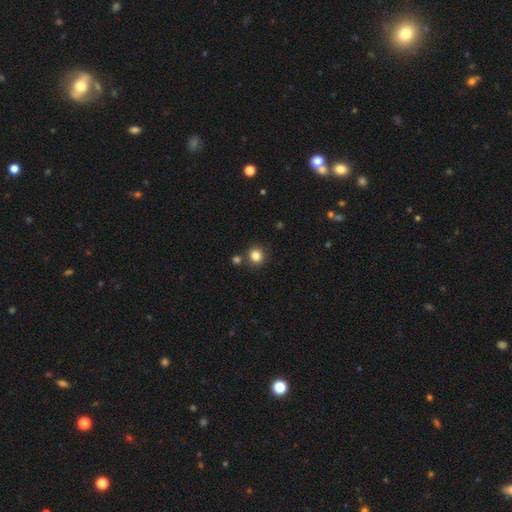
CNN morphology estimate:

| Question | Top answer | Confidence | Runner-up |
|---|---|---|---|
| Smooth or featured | smooth | 83% | star or artifact (11%) |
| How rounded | round | 88% | in between (11%) |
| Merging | none | 81% | minor disturbance (8%) |